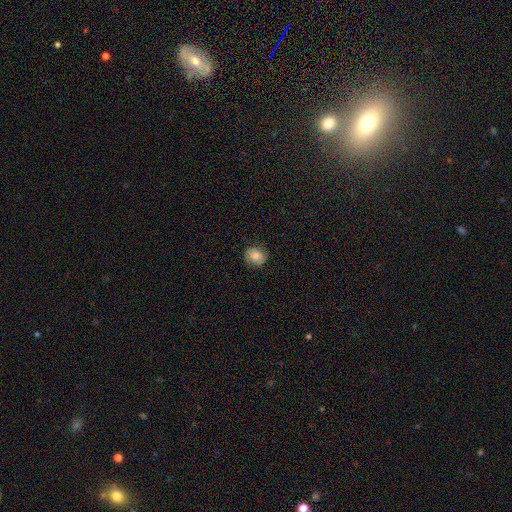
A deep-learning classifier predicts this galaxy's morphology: Smooth or featured?
  - smooth: 73% *
  - featured or disk: 17%
  - star or artifact: 9%
How rounded?
  - round: 74% *
  - in between: 25%
  - cigar-shaped: 1%
Merging?
  - none: 82% *
  - minor disturbance: 14%
  - major disturbance: 4%
  - merger: 1%